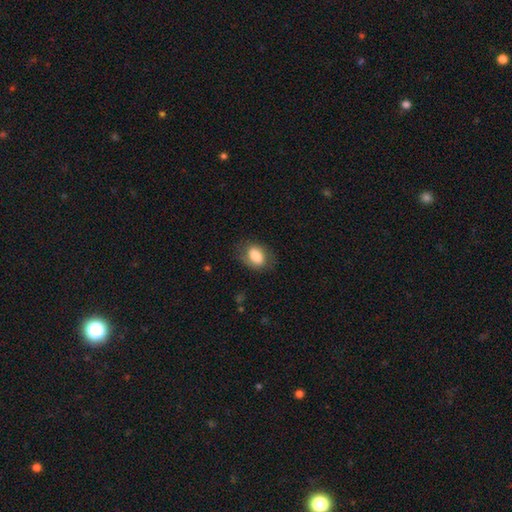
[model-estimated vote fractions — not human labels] Smooth or featured: smooth — 73% (featured or disk — 19%)
How rounded: in between — 78% (round — 20%)
Merging: none — 73% (minor disturbance — 19%)